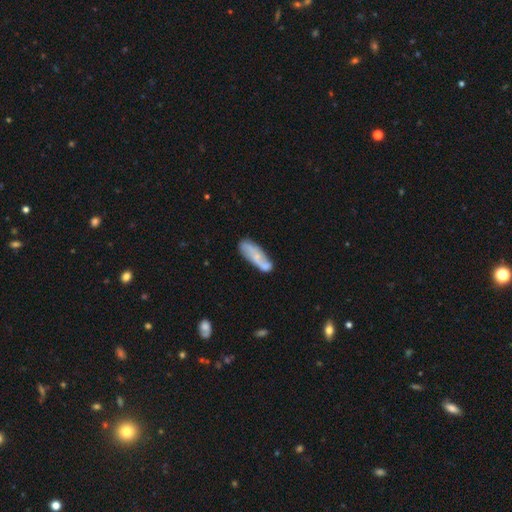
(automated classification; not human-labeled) Overall: smooth (47%; featured or disk 46%). Merging: none (59%; minor disturbance 23%).